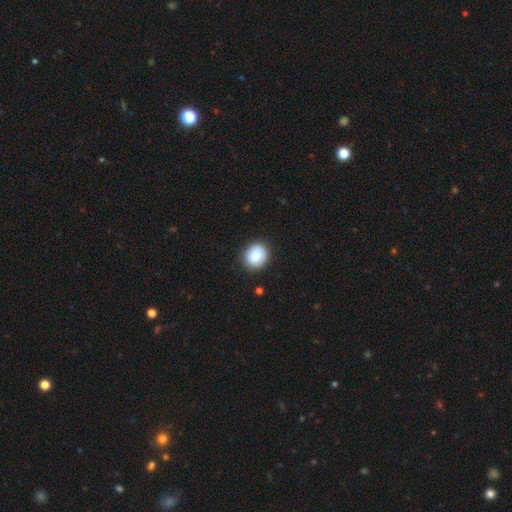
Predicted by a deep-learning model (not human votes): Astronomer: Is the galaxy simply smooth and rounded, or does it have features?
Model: smooth — 83%.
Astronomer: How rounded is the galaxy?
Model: round — 78%.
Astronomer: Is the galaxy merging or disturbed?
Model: none — 85%.